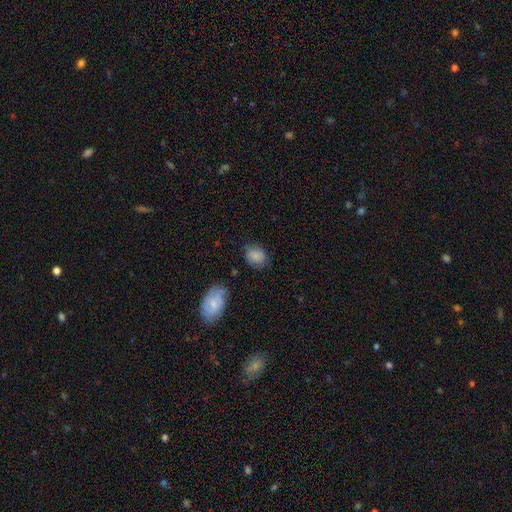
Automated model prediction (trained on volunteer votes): Overall: smooth (82%). How rounded: in between (56%; round 42%). Merging: none (73%).